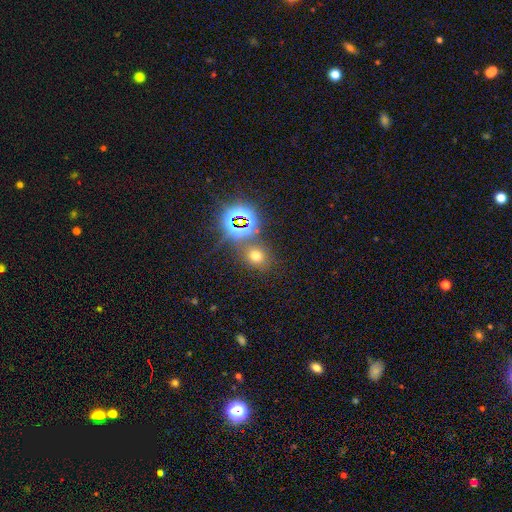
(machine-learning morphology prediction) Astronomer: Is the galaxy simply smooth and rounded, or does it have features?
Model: smooth — 56% (runner-up: star or artifact, 35%).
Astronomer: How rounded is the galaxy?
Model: round — 67%.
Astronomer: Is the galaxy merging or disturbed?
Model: none — 75%.